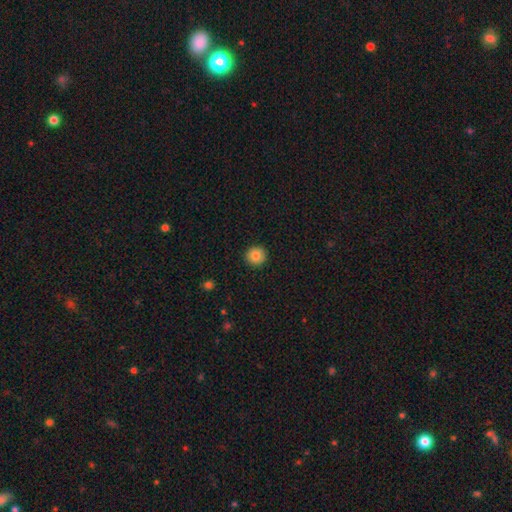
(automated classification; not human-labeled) smooth_or_featured: smooth (p=0.83) [alt: star or artifact p=0.09]
how_rounded: round (p=0.93) [alt: in between p=0.06]
merging: none (p=0.92) [alt: minor disturbance p=0.05]